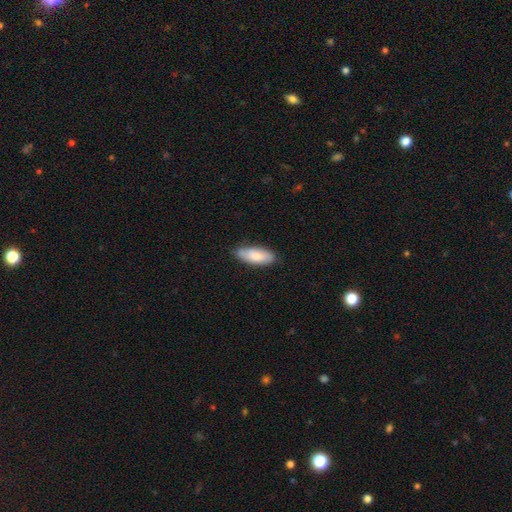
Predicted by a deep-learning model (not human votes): smooth 80%, featured or disk 15%, star or artifact 5%. Down the decision tree: how rounded — in between (79%); merging — none (77%).